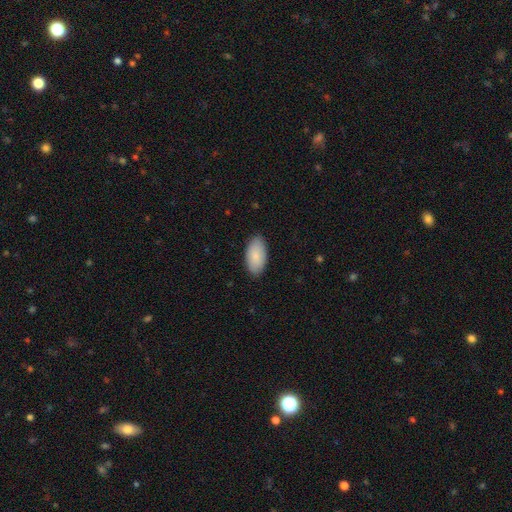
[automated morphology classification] Smooth or featured: smooth — 87% (featured or disk — 7%)
How rounded: in between — 95% (cigar-shaped — 3%)
Merging: none — 87% (minor disturbance — 10%)